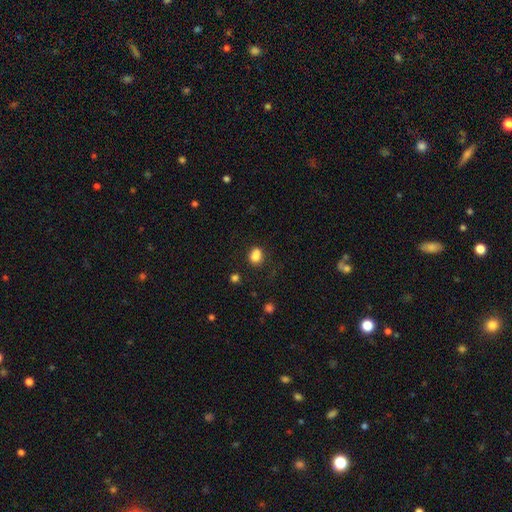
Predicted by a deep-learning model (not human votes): Smooth or featured?
  - smooth: 82% *
  - star or artifact: 12%
  - featured or disk: 6%
How rounded?
  - in between: 51% *
  - round: 48%
  - cigar-shaped: 1%
Merging?
  - none: 61% *
  - minor disturbance: 19%
  - merger: 13%
  - major disturbance: 7%